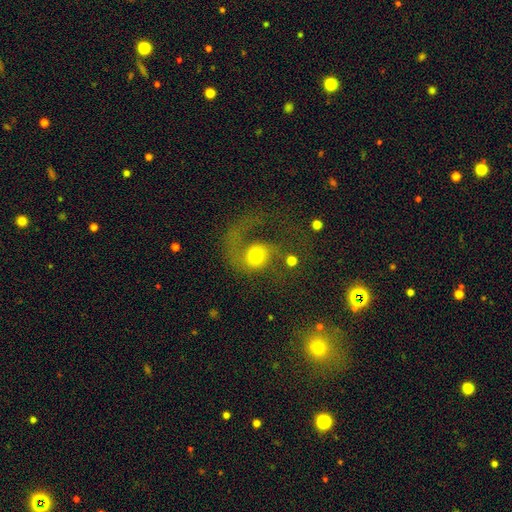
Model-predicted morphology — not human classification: A featured or disk galaxy (52%) with no bar (77%), spiral arms (81%) and a moderate central bulge (58%). Merging: major disturbance (45%).